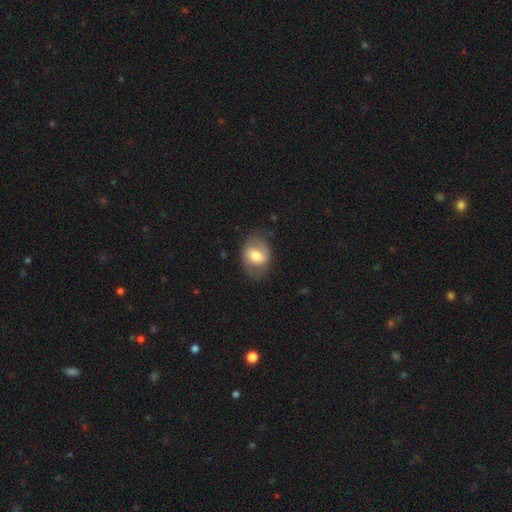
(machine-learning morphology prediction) Q: Smooth or featured?
A: smooth (51%); runner-up: featured or disk (43%)
Q: How rounded?
A: in between (63%); runner-up: round (36%)
Q: Merging?
A: none (70%); runner-up: minor disturbance (19%)